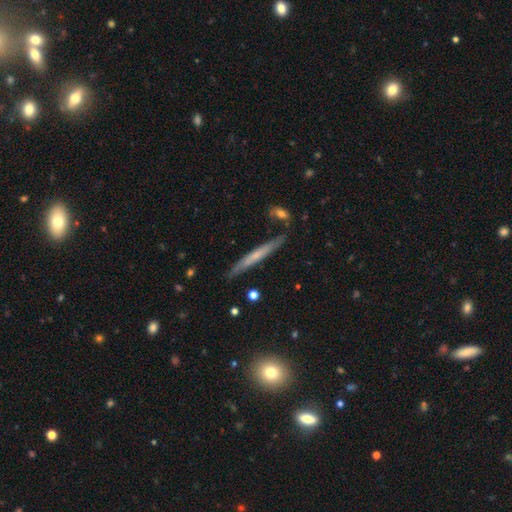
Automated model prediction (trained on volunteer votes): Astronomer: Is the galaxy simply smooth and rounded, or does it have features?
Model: featured or disk — 49% (runner-up: smooth, 44%).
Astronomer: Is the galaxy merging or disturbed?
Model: none — 83%.